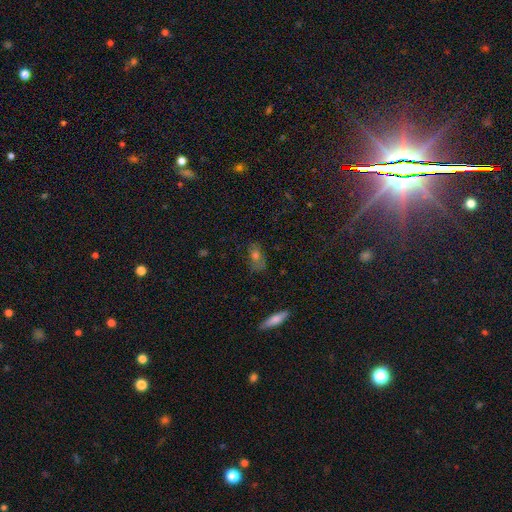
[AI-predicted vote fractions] Morphology: type=smooth (50%); merging=none (67%).